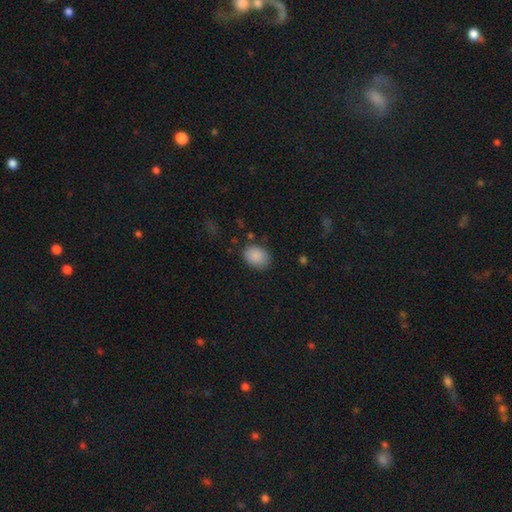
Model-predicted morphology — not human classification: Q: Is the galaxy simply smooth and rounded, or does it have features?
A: smooth — 89%.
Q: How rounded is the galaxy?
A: in between — 66%.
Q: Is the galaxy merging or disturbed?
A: none — 80%.